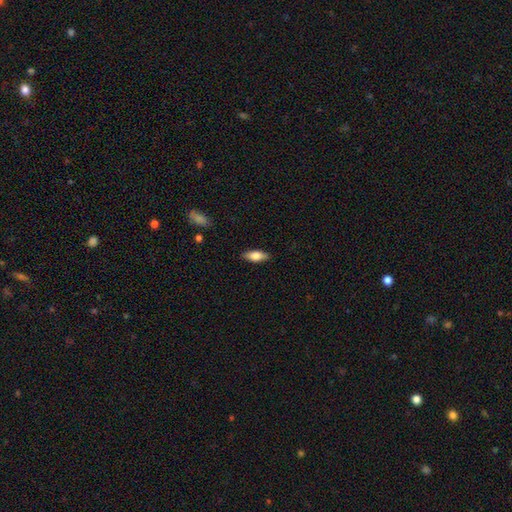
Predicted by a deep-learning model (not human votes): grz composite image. It shows a smooth galaxy with no disk features (77%) that is in between round and cigar-shaped (76%). Merging: none (87%).